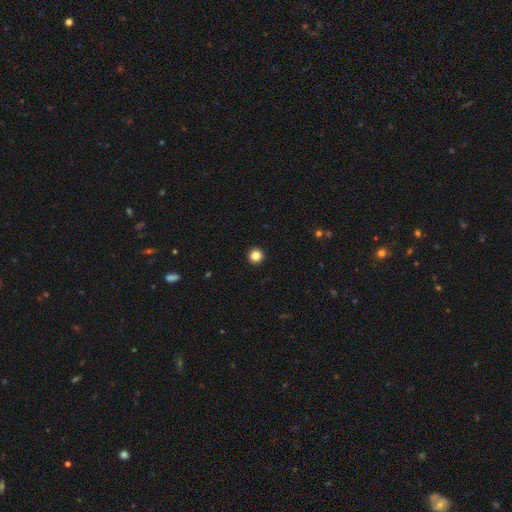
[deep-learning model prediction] smooth 85%, star or artifact 11%, featured or disk 4%. Down the decision tree: how rounded — round (96%); merging — none (94%).